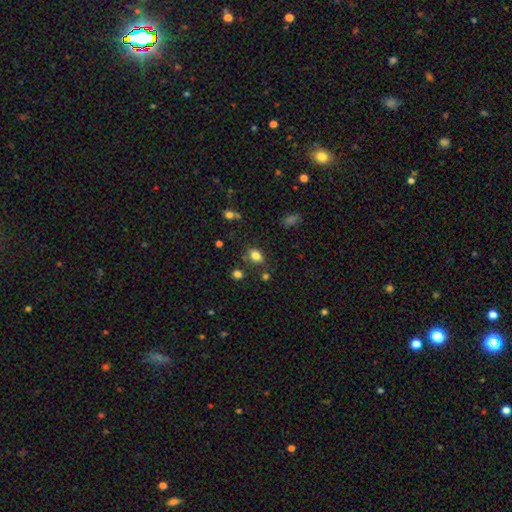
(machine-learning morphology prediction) smooth-or-featured: smooth: 80% | star or artifact: 12% | featured or disk: 8%
  how-rounded: in between: 77% | round: 21% | cigar-shaped: 2%
  merging: none: 77% | minor disturbance: 14% | merger: 5% | major disturbance: 4%